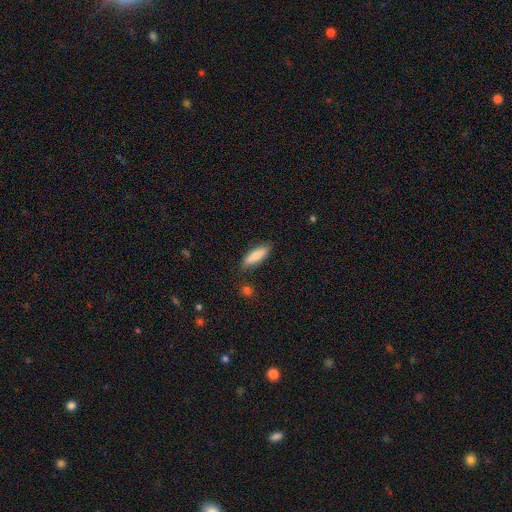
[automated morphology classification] smooth 79%, featured or disk 15%, star or artifact 6%. Down the decision tree: how rounded — in between (55%); merging — none (81%).